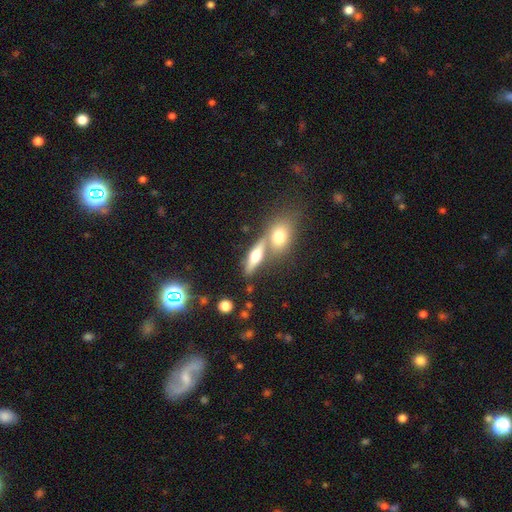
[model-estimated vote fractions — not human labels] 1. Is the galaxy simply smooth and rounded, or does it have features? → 46% featured or disk, 45% smooth, 9% star or artifact.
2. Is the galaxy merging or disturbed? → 51% none, 37% merger, 8% minor disturbance, 4% major disturbance.